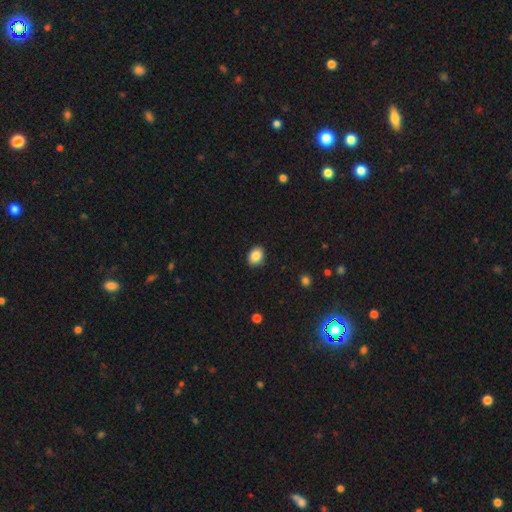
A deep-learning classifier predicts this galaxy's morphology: A smooth galaxy with no disk features (87%) that is in between round and cigar-shaped (63%).

Vote fractions:
- Smooth or featured? smooth: 87% / star or artifact: 8% / featured or disk: 5%
- How rounded? in between: 63% / round: 36% / cigar-shaped: 1%
- Merging? none: 89% / minor disturbance: 8% / major disturbance: 2% / merger: 1%